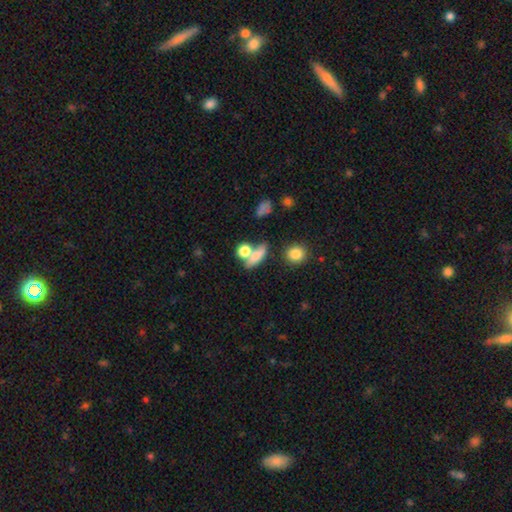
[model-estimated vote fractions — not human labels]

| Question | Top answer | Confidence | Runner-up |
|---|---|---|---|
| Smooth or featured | smooth | 72% | featured or disk (16%) |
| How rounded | in between | 44% | round (30%) |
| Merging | none | 46% | merger (34%) |